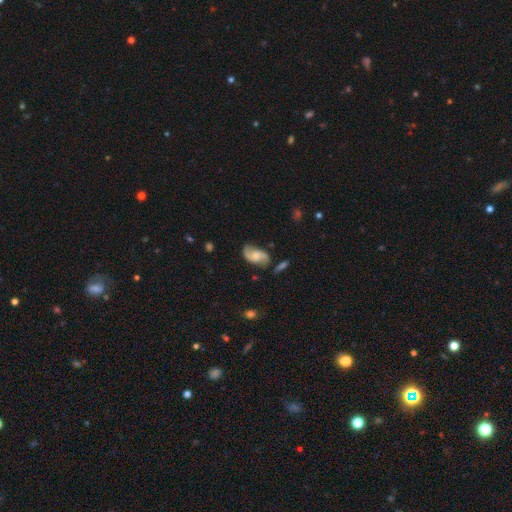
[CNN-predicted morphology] The model was most divided on "bulge size": moderate: 38%, small: 32%, none: 19%, large: 10%, dominant: 2%. Remaining: edge-on disk — no (97%); spiral arms — yes (95%); spiral arm count — 2 (91%); smooth or featured — featured or disk (77%); merging — none (69%); bar — no (57%); spiral winding — loose (47%).